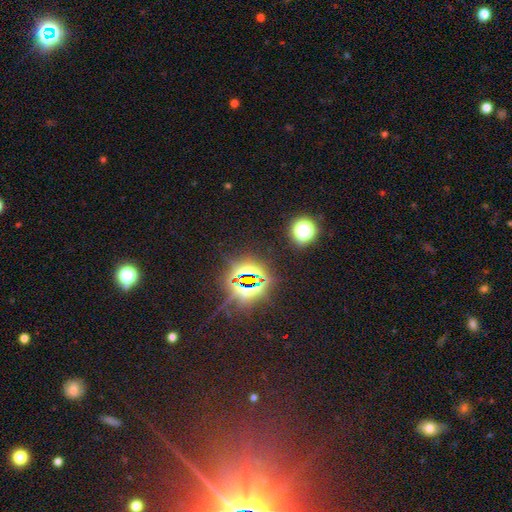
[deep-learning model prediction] This is likely a star or artifact rather than a galaxy (77%).